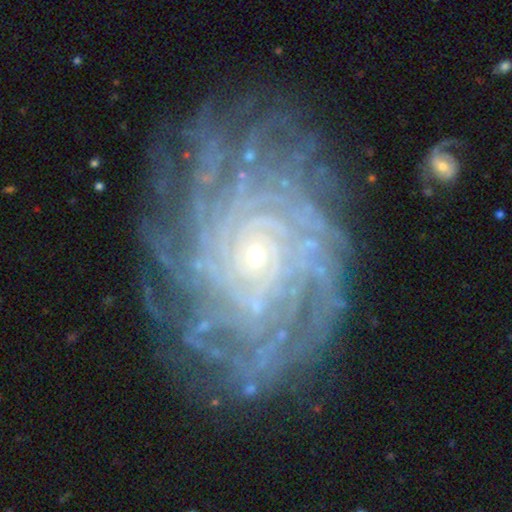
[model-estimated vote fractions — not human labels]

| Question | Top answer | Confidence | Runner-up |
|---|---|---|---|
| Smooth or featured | featured or disk | 89% | star or artifact (6%) |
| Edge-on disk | no | 97% | yes (3%) |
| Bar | no | 78% | weak (17%) |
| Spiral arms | yes | 97% | no (3%) |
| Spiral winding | tight | 79% | medium (16%) |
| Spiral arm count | more than 4 | 42% | can't tell (21%) |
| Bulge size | small | 85% | moderate (11%) |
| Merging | none | 79% | minor disturbance (14%) |